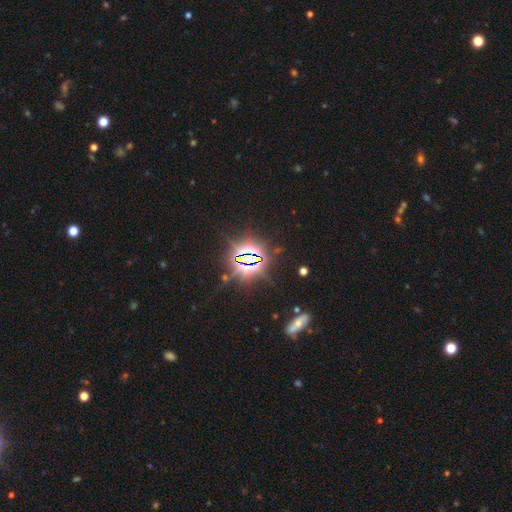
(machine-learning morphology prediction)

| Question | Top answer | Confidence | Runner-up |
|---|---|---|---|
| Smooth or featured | star or artifact | 84% | smooth (9%) |